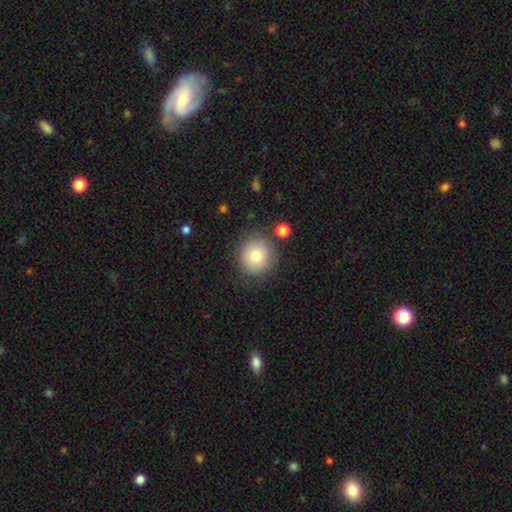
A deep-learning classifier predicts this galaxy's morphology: smooth 78%, featured or disk 11%, star or artifact 10%. Down the decision tree: how rounded — round (90%); merging — none (81%).